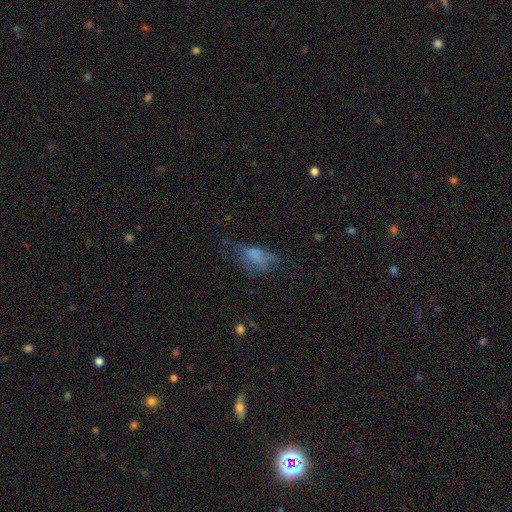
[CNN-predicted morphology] smooth 60%, featured or disk 26%, star or artifact 14%. Down the decision tree: how rounded — in between (85%); merging — none (36%).